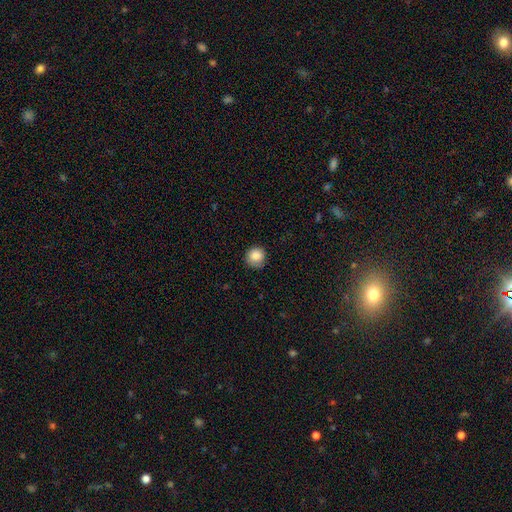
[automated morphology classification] smooth_or_featured: smooth (p=0.86) [alt: star or artifact p=0.09]
how_rounded: round (p=0.92) [alt: in between p=0.07]
merging: none (p=0.80) [alt: minor disturbance p=0.15]